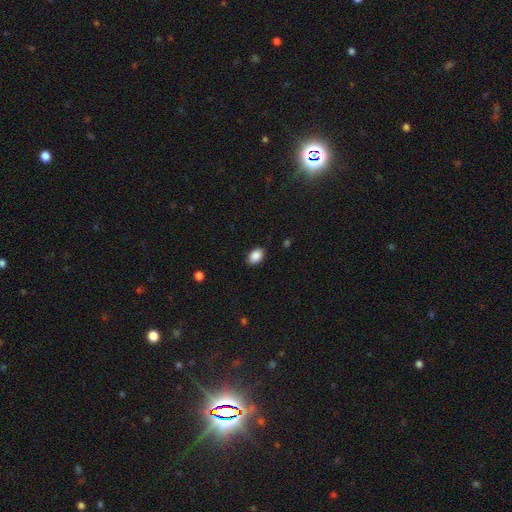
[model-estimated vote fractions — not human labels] This is clearly a smooth galaxy (89%). How rounded: clearly in between (86%). Merging: clearly none (86%).